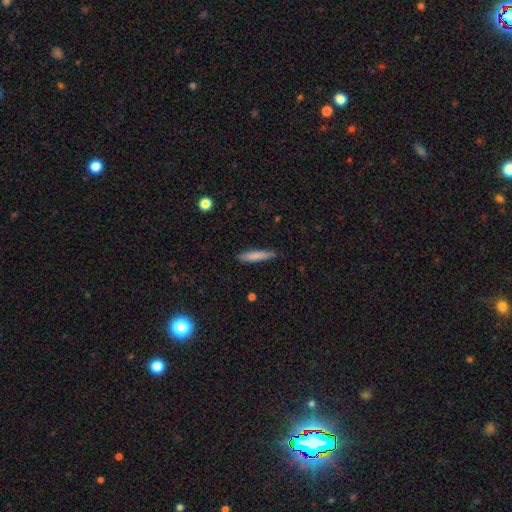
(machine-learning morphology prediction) type=smooth (80%); roundness=cigar-shaped (87%); merging=none (83%).